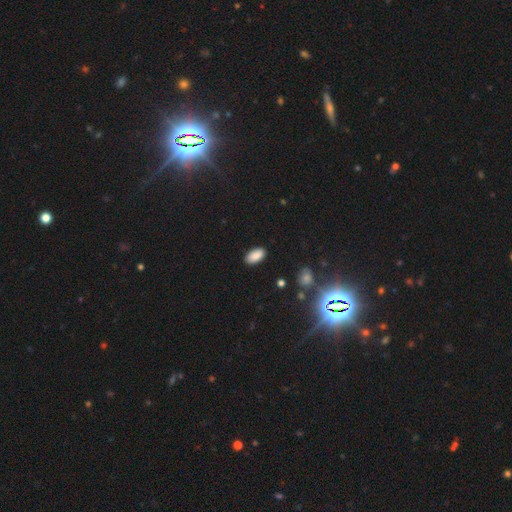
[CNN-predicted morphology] Q: Smooth or featured?
A: smooth (87%); runner-up: star or artifact (8%)
Q: How rounded?
A: in between (94%); runner-up: cigar-shaped (4%)
Q: Merging?
A: none (88%); runner-up: minor disturbance (9%)